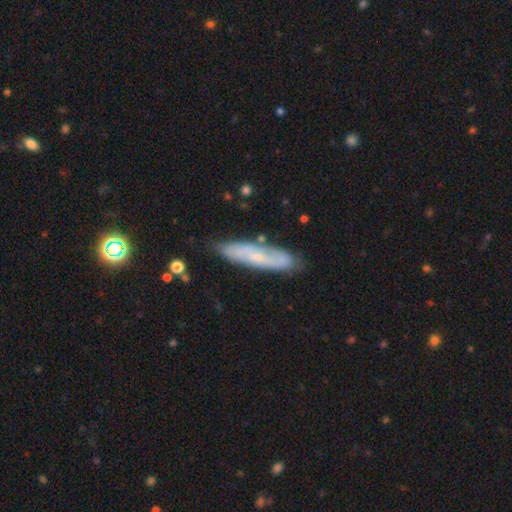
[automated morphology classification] smooth-or-featured: featured or disk: 58% | smooth: 35% | star or artifact: 7%
  disk-edge-on: no: 66% | yes: 34%
  merging: none: 78% | minor disturbance: 16% | major disturbance: 3% | merger: 3%